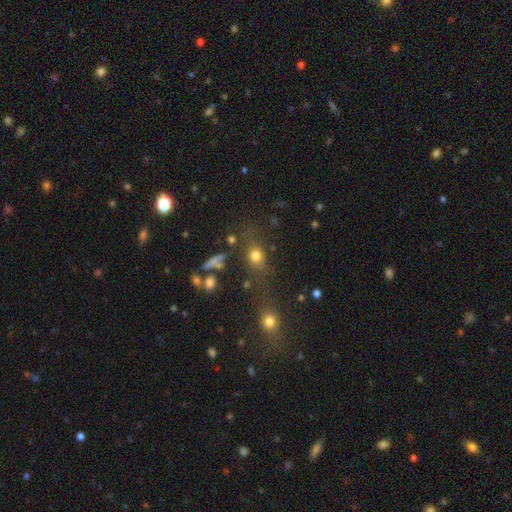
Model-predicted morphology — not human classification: smooth_or_featured: smooth (p=0.73) [alt: star or artifact p=0.17]
how_rounded: round (p=0.58) [alt: in between p=0.37]
merging: none (p=0.65) [alt: minor disturbance p=0.14]